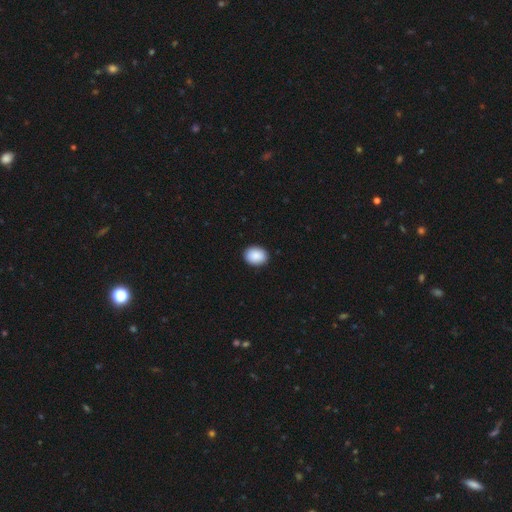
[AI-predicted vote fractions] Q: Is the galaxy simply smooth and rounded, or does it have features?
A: smooth — 90%.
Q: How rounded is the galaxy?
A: in between — 56%.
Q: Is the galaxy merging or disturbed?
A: none — 91%.